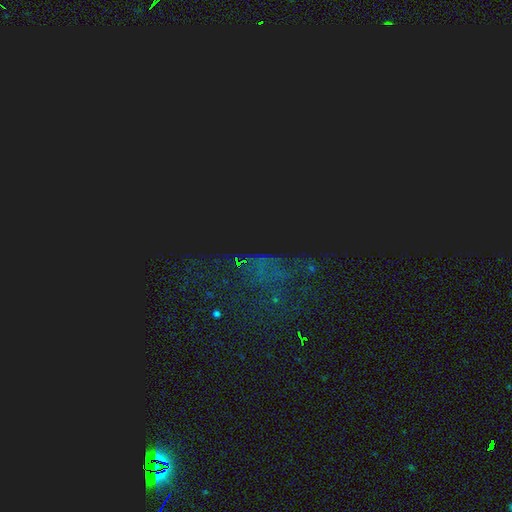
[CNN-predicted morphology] A star or artifact, not a galaxy (71%).

Vote fractions:
- Smooth or featured? star or artifact: 71% / smooth: 17% / featured or disk: 13%